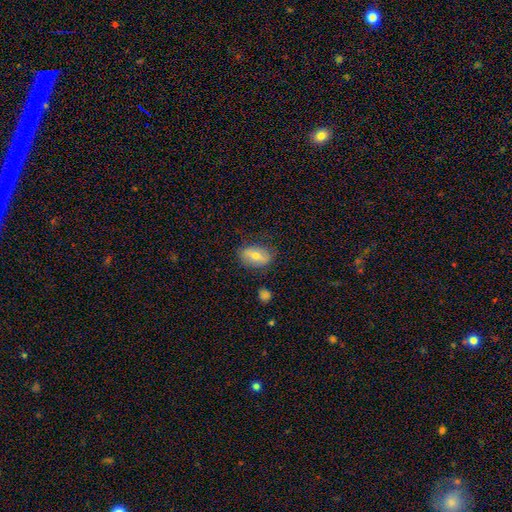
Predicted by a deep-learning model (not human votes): smooth 62%, featured or disk 30%, star or artifact 8%. Down the decision tree: how rounded — in between (87%); merging — none (77%).